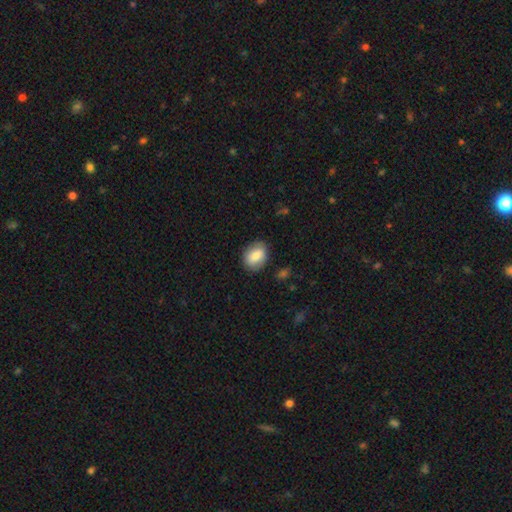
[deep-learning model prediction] Overall: smooth (79%). How rounded: in between (66%; round 33%). Merging: none (81%).